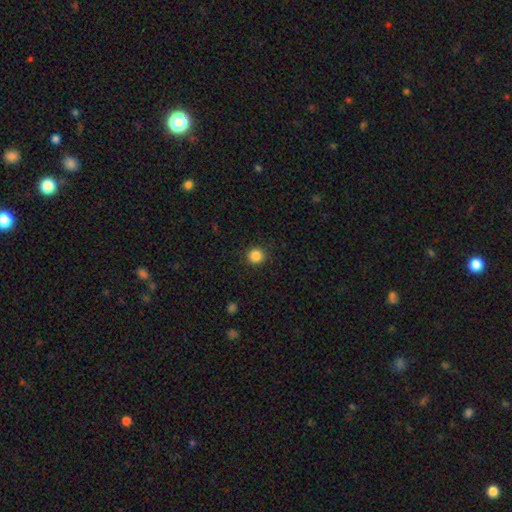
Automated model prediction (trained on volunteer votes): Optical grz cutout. It shows a smooth galaxy with no disk features (86%) that is round (94%). Merging: none (92%).